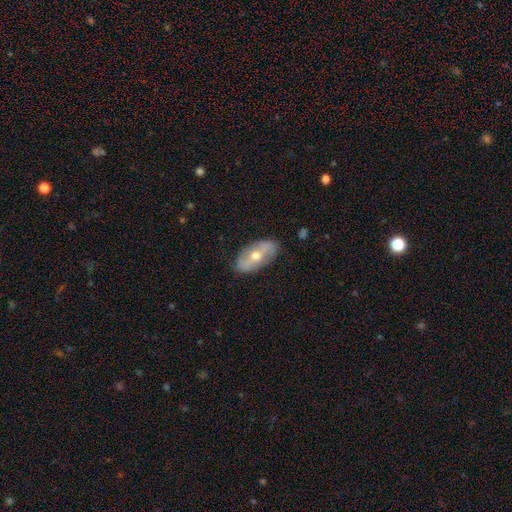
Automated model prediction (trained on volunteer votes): Smooth or featured: featured or disk — 57% (smooth — 36%)
Edge-on disk: no — 82% (yes — 18%)
Merging: none — 84% (minor disturbance — 12%)